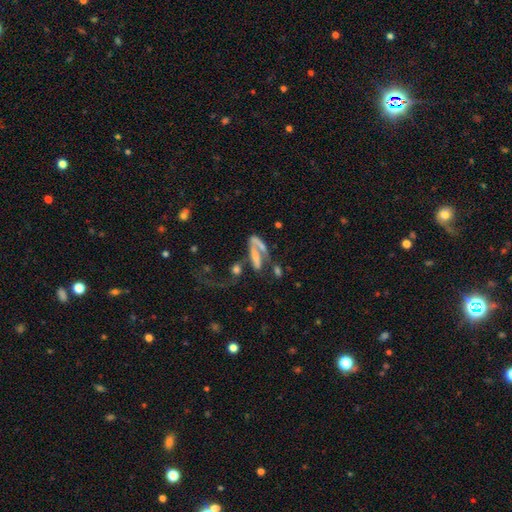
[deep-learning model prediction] This appears to be a featured or disk galaxy (50%). Merging: merger (37%).